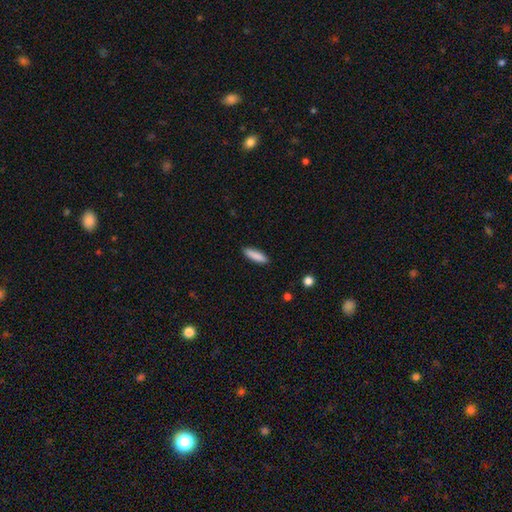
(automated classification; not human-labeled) The model was most divided on "how rounded": cigar-shaped: 66%, in between: 33%, round: 2%. More confident: merging — none (88%); smooth or featured — smooth (87%).